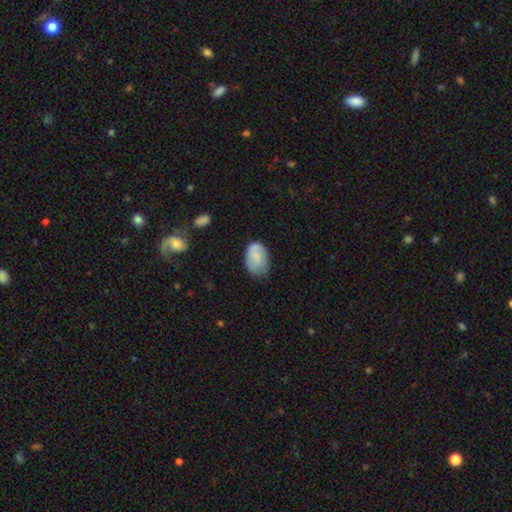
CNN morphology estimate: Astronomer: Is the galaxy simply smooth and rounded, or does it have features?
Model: smooth — 71%.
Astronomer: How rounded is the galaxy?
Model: in between — 89%.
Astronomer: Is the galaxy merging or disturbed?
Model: none — 60%.